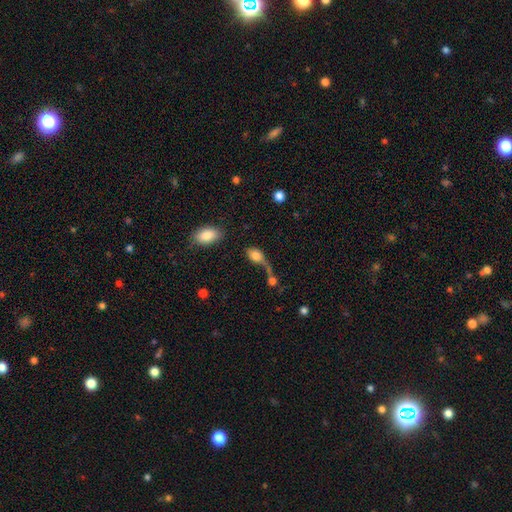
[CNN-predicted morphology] A smooth galaxy with no disk features (74%) that is in between round and cigar-shaped (79%). Merging: merger (38%).